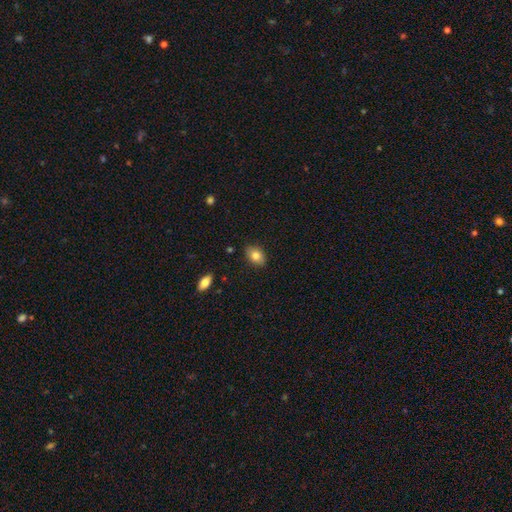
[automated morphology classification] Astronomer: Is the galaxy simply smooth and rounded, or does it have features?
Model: smooth — 81%.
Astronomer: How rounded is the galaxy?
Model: in between — 80%.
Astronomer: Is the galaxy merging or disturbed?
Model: none — 84%.